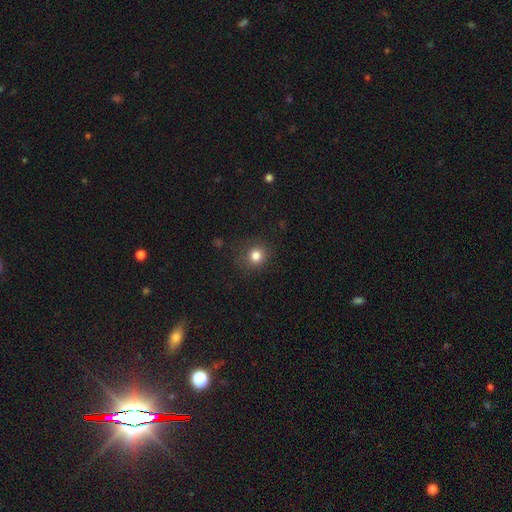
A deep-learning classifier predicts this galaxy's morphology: smooth-or-featured: smooth: 82% | star or artifact: 12% | featured or disk: 6%
  how-rounded: round: 85% | in between: 15% | cigar-shaped: 1%
  merging: none: 83% | minor disturbance: 11% | major disturbance: 4% | merger: 1%